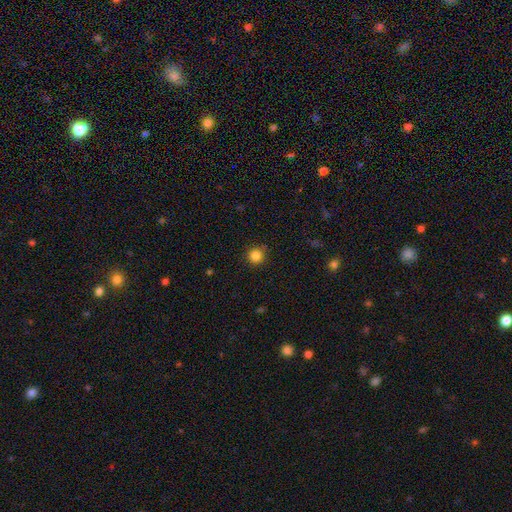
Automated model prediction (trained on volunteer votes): Smooth or featured?
  - smooth: 84% *
  - star or artifact: 12%
  - featured or disk: 4%
How rounded?
  - round: 95% *
  - in between: 4%
  - cigar-shaped: 1%
Merging?
  - none: 89% *
  - minor disturbance: 7%
  - major disturbance: 2%
  - merger: 1%